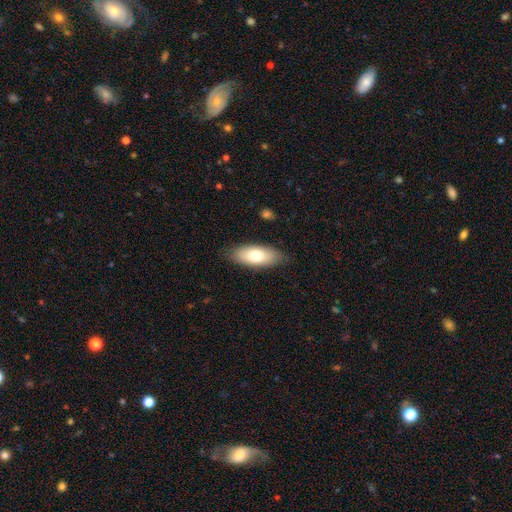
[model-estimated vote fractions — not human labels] A smooth galaxy with no disk features (74%) that is in between round and cigar-shaped (82%). Merging: none (85%).